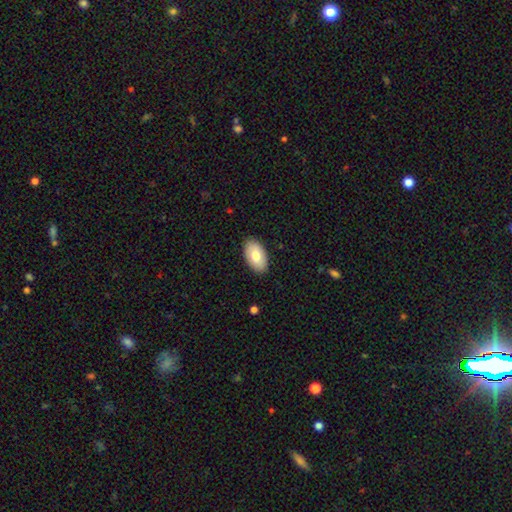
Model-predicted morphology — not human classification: Overall: smooth (75%). How rounded: in between (95%). Merging: none (87%).